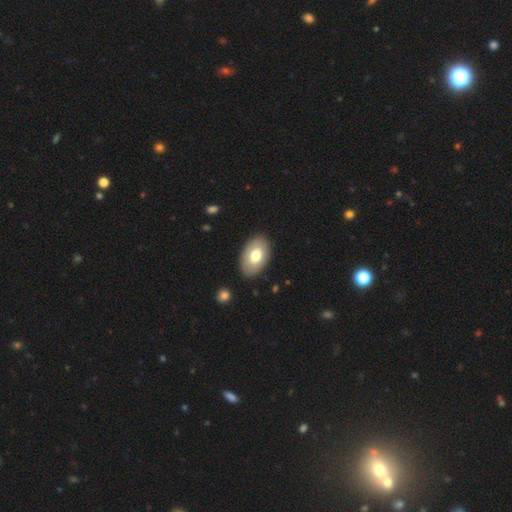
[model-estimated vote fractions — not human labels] Smooth or featured? smooth (72%)
How rounded? in between (93%)
Merging? none (87%)